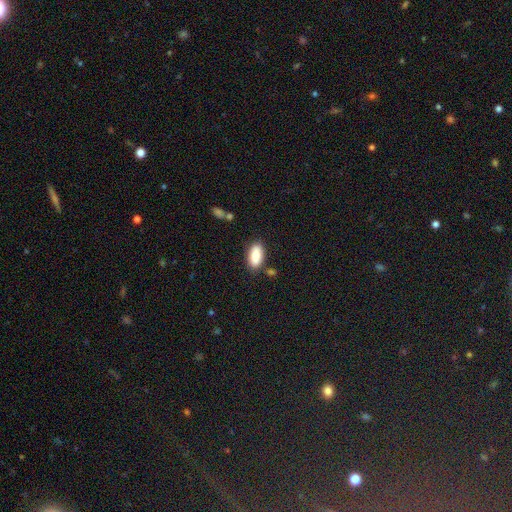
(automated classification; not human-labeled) A smooth galaxy with no disk features (82%) that is in between round and cigar-shaped (90%). Merging: none (81%).